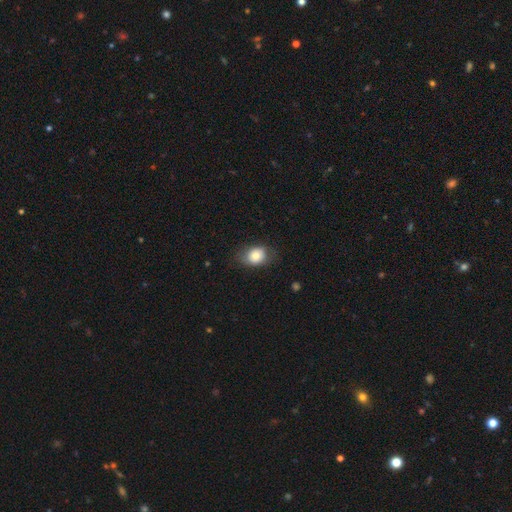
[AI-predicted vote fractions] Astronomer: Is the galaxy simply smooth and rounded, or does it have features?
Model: smooth — 72%.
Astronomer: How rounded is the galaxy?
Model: in between — 53% (runner-up: round, 46%).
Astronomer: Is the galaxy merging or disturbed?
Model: none — 72%.